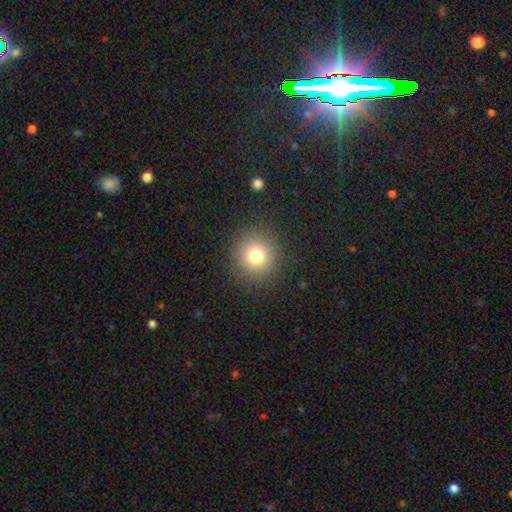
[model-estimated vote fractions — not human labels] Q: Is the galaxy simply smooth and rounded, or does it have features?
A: smooth — 76%.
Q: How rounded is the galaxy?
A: round — 93%.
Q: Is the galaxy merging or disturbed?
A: none — 90%.